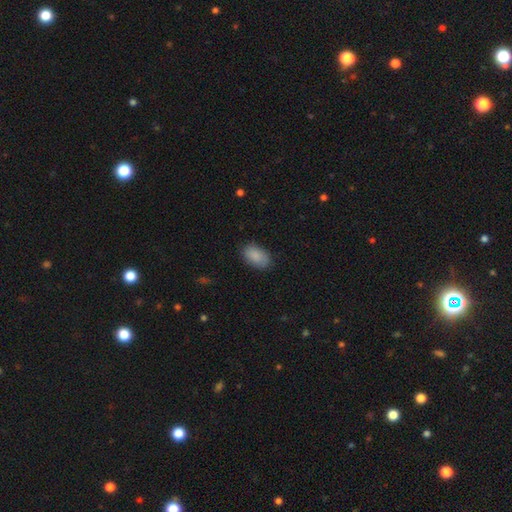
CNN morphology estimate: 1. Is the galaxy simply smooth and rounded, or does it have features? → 89% smooth, 7% star or artifact, 5% featured or disk.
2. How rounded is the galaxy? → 92% in between, 7% round, 1% cigar-shaped.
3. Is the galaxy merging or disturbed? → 84% none, 12% minor disturbance, 3% major disturbance, 1% merger.